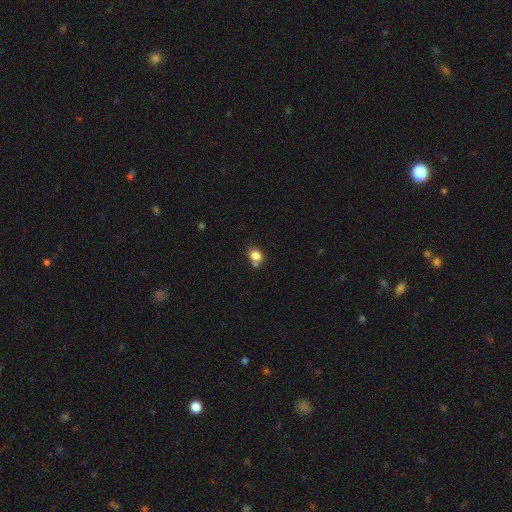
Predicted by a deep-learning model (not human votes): A smooth galaxy with no disk features (81%) that is in between round and cigar-shaped (50%).

Vote fractions:
- Smooth or featured? smooth: 81% / star or artifact: 11% / featured or disk: 8%
- How rounded? in between: 50% / round: 49% / cigar-shaped: 1%
- Merging? none: 57% / merger: 22% / minor disturbance: 16% / major disturbance: 5%